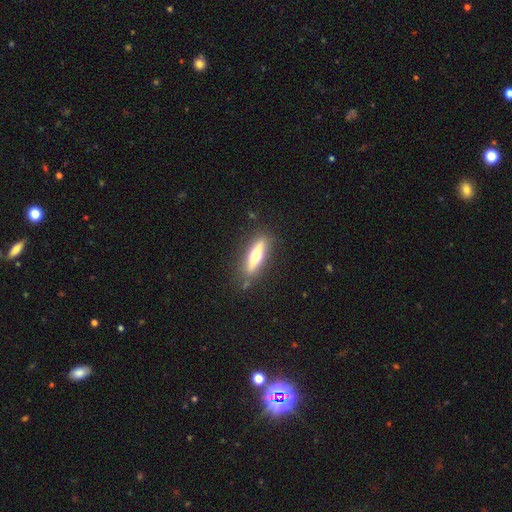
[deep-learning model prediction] The model was most divided on "smooth or featured": featured or disk: 48%, smooth: 46%, star or artifact: 6%. More confident: merging — none (82%).